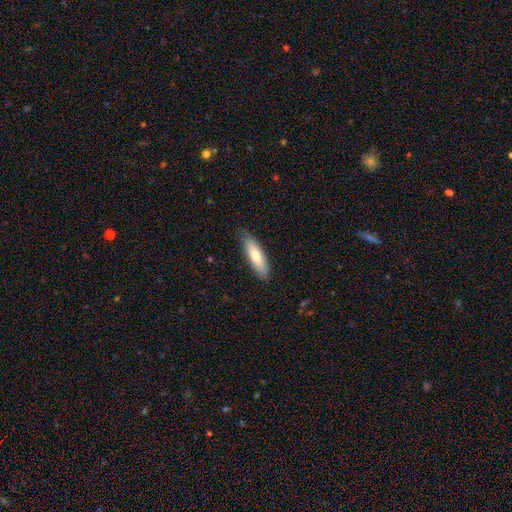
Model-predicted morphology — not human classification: type=smooth (73%); roundness=cigar-shaped (55%); merging=none (83%).